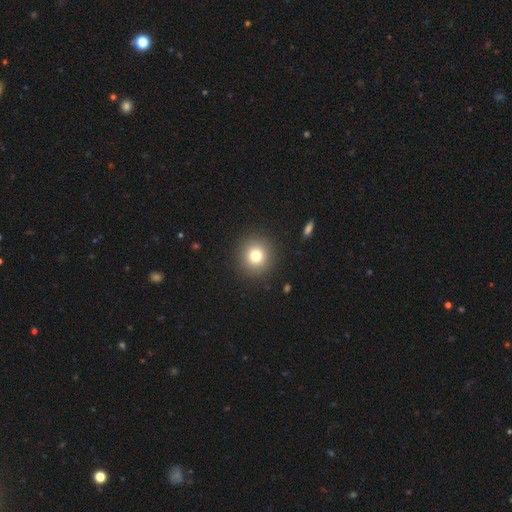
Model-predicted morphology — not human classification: smooth-or-featured: smooth: 78% | star or artifact: 12% | featured or disk: 10%
  how-rounded: round: 92% | in between: 7% | cigar-shaped: 1%
  merging: none: 91% | minor disturbance: 5% | major disturbance: 2% | merger: 1%